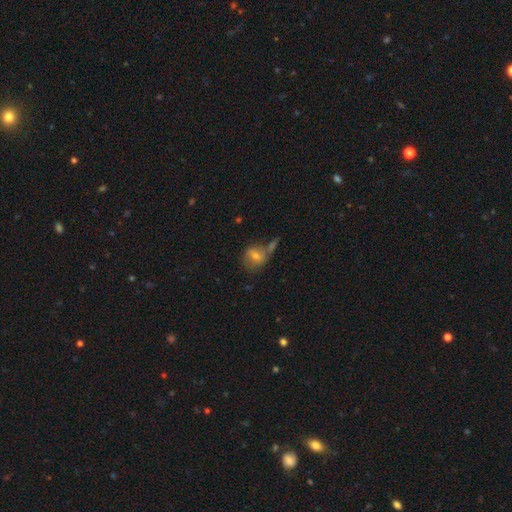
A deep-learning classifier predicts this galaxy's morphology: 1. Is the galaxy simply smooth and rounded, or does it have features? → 59% smooth, 30% featured or disk, 10% star or artifact.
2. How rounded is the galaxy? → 55% round, 43% in between, 2% cigar-shaped.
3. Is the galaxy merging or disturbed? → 44% none, 28% merger, 18% minor disturbance, 10% major disturbance.